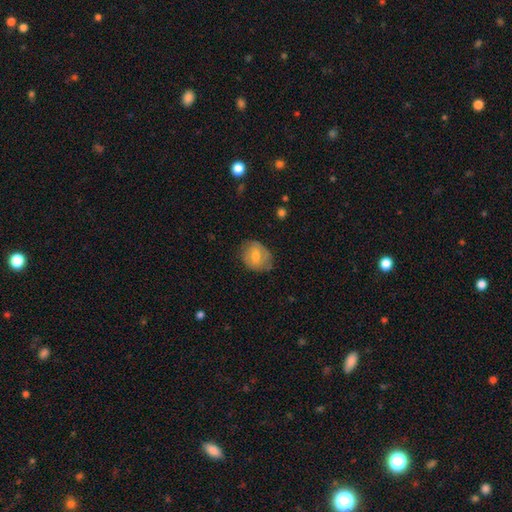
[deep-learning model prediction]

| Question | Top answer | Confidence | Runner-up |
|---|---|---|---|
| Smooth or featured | smooth | 50% | featured or disk (42%) |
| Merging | none | 71% | minor disturbance (22%) |